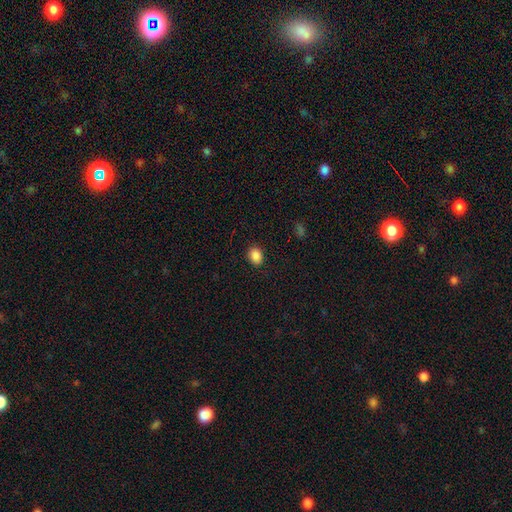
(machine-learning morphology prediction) This is clearly a smooth galaxy (88%). How rounded: possibly in between (58%). Merging: clearly none (88%).